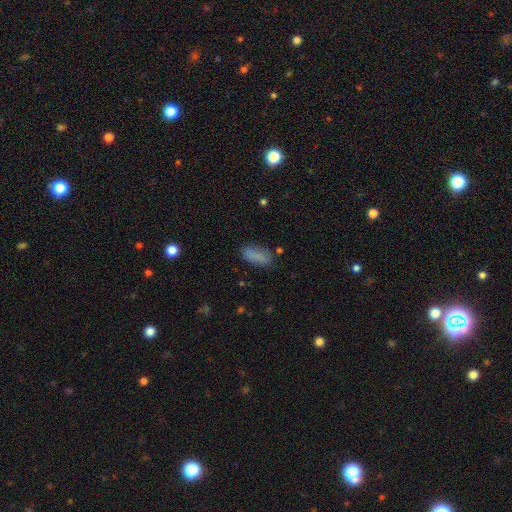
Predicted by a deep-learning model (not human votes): A smooth galaxy with no disk features (84%) that is in between round and cigar-shaped (81%). Merging: none (73%).